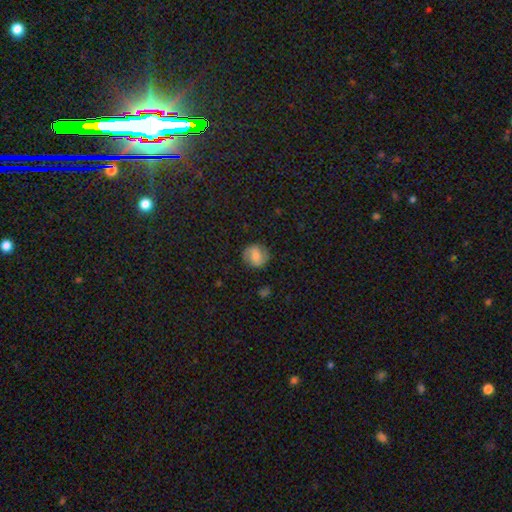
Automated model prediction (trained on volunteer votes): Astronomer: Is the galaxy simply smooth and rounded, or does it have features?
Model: smooth — 63%.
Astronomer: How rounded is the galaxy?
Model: round — 85%.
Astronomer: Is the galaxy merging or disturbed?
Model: none — 85%.